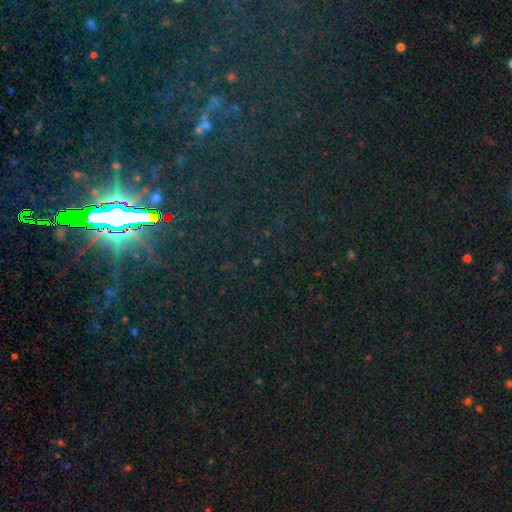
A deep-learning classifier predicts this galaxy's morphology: Smooth or featured? star or artifact (82%)